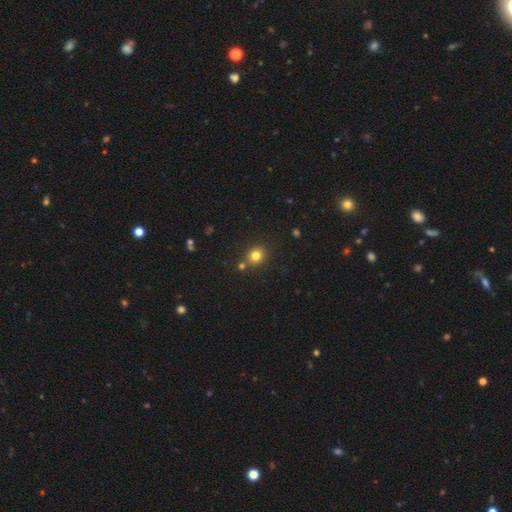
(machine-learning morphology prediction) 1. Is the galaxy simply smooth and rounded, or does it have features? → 79% smooth, 15% star or artifact, 7% featured or disk.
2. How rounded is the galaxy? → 79% round, 21% in between, 1% cigar-shaped.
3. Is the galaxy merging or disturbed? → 77% none, 11% merger, 9% minor disturbance, 3% major disturbance.